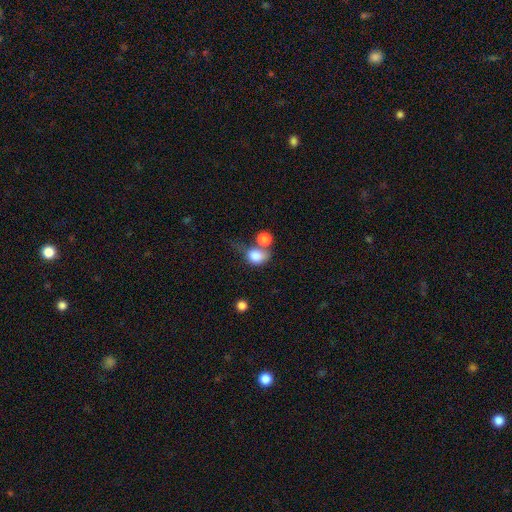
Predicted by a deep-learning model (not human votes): A smooth galaxy with no disk features (80%) that is in between round and cigar-shaped (52%).

Vote fractions:
- Smooth or featured? smooth: 80% / featured or disk: 10% / star or artifact: 10%
- How rounded? in between: 52% / round: 47% / cigar-shaped: 1%
- Merging? merger: 39% / none: 30% / minor disturbance: 17% / major disturbance: 14%